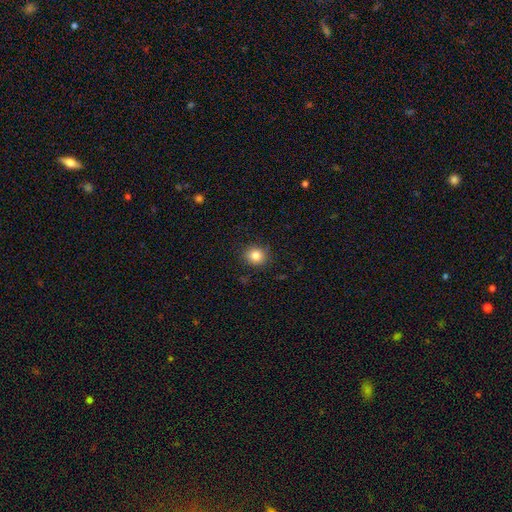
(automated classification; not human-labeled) This is clearly a smooth galaxy (83%). How rounded: clearly round (81%). Merging: clearly none (89%).